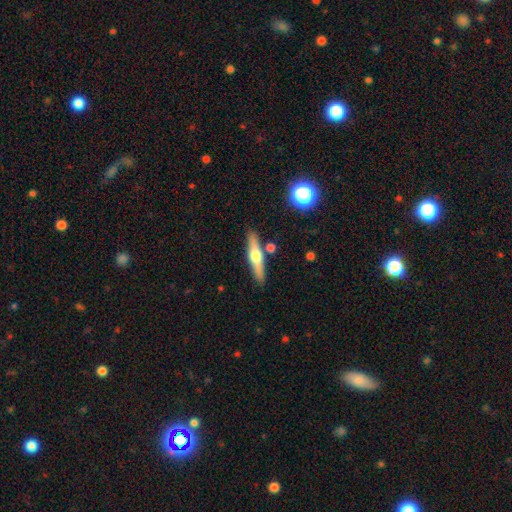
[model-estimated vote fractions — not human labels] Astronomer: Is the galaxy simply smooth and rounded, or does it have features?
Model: featured or disk — 58% (runner-up: smooth, 36%).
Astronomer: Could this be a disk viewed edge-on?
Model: yes — 95%.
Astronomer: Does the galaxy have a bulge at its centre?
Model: rounded — 94%.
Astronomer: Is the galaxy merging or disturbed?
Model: none — 85%.